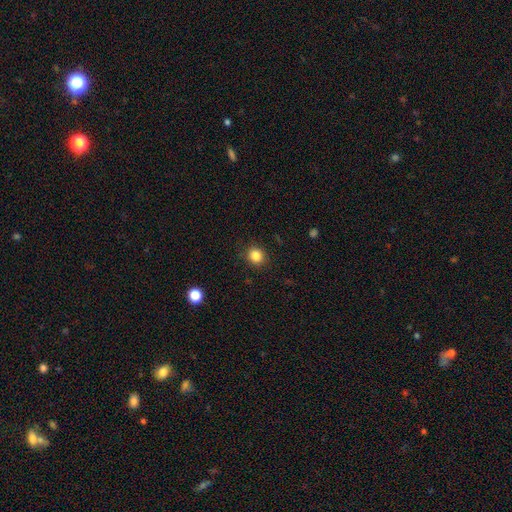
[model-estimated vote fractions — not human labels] Smooth or featured?
  - smooth: 84% *
  - star or artifact: 11%
  - featured or disk: 4%
How rounded?
  - round: 87% *
  - in between: 12%
  - cigar-shaped: 1%
Merging?
  - none: 89% *
  - minor disturbance: 7%
  - major disturbance: 2%
  - merger: 1%